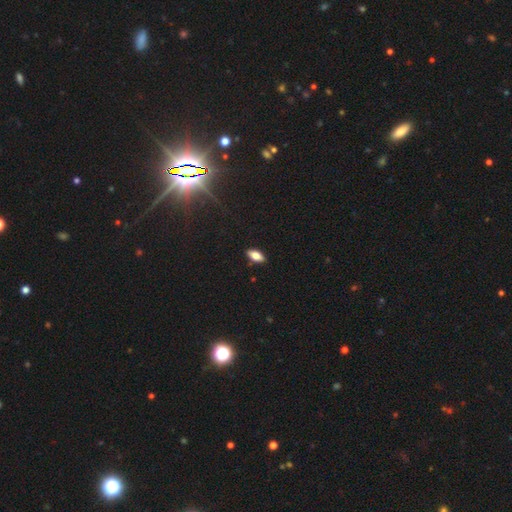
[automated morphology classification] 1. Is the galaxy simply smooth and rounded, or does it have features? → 74% smooth, 18% featured or disk, 8% star or artifact.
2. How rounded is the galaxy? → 85% in between, 12% cigar-shaped, 3% round.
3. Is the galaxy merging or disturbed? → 88% none, 9% minor disturbance, 2% major disturbance, 1% merger.